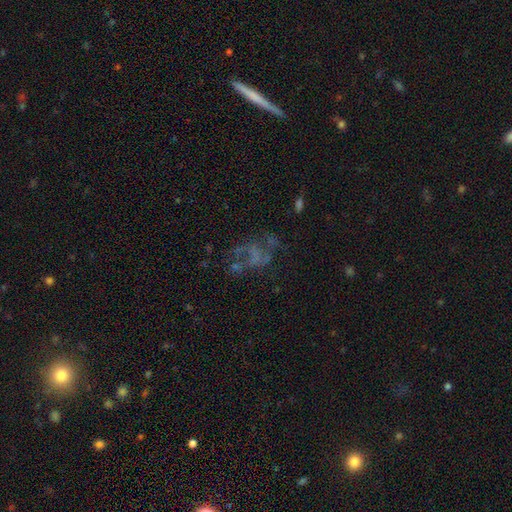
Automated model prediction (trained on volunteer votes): A featured or disk galaxy (55%) with no bar (82%), no spiral arms (72%) and no central bulge (80%).

Vote fractions:
- Smooth or featured? featured or disk: 55% / star or artifact: 23% / smooth: 22%
- Edge-on disk? no: 98% / yes: 2%
- Bar? no: 82% / weak: 13% / strong: 4%
- Spiral arms? no: 72% / yes: 28%
- Bulge size? none: 80% / small: 10% / moderate: 6% / large: 2% / dominant: 1%
- Merging? none: 40% / major disturbance: 35% / minor disturbance: 16% / merger: 9%